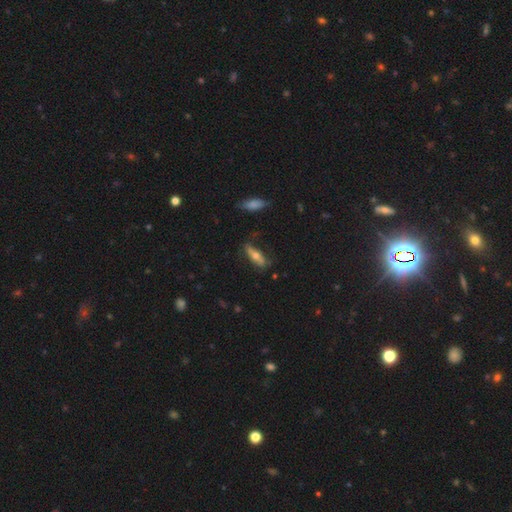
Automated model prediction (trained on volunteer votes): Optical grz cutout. It shows a smooth galaxy with no disk features (55%) that is cigar-shaped (54%). Merging: none (71%).